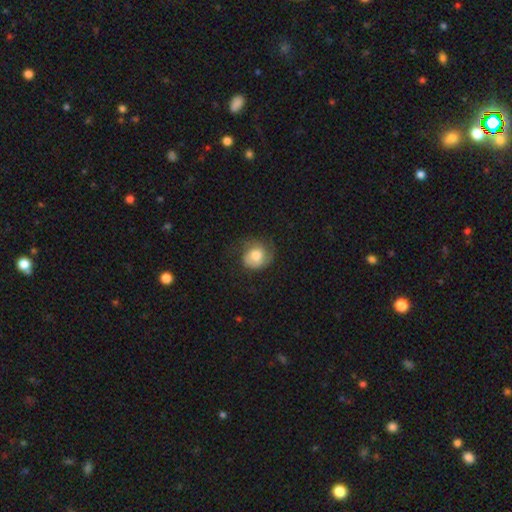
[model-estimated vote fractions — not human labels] Smooth or featured?
  - smooth: 59% *
  - featured or disk: 33%
  - star or artifact: 8%
How rounded?
  - round: 67% *
  - in between: 33%
  - cigar-shaped: 1%
Merging?
  - none: 53% *
  - minor disturbance: 27%
  - major disturbance: 19%
  - merger: 1%